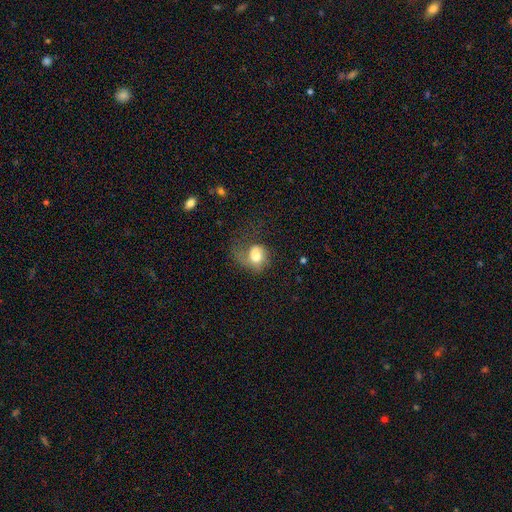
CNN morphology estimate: Q: Smooth or featured?
A: smooth (64%); runner-up: featured or disk (27%)
Q: How rounded?
A: in between (54%); runner-up: round (45%)
Q: Merging?
A: major disturbance (48%); runner-up: none (26%)